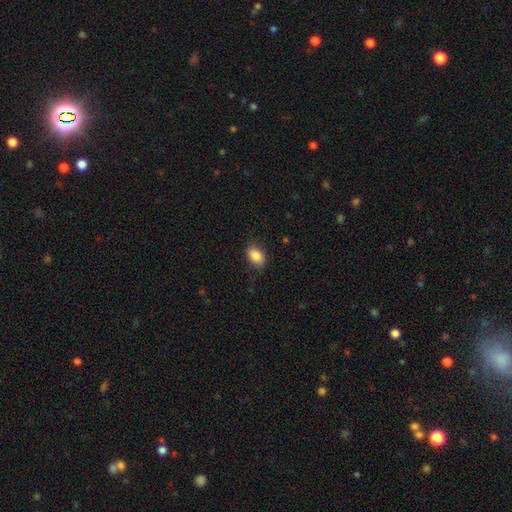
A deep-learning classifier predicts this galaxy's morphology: Q: Smooth or featured?
A: smooth (88%); runner-up: star or artifact (8%)
Q: How rounded?
A: in between (78%); runner-up: round (20%)
Q: Merging?
A: none (83%); runner-up: minor disturbance (13%)